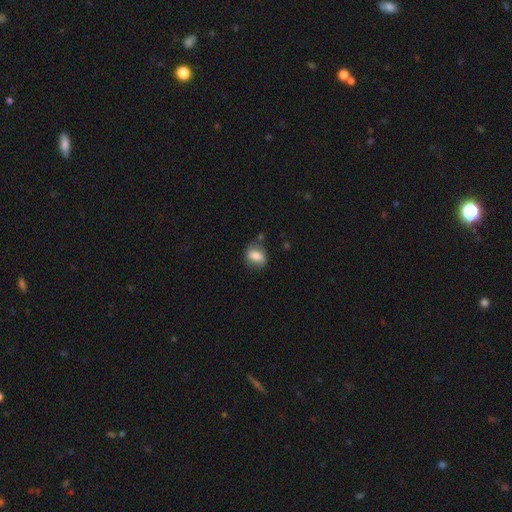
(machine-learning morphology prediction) A smooth galaxy with no disk features (78%) that is in between round and cigar-shaped (66%). Merging: none (64%).